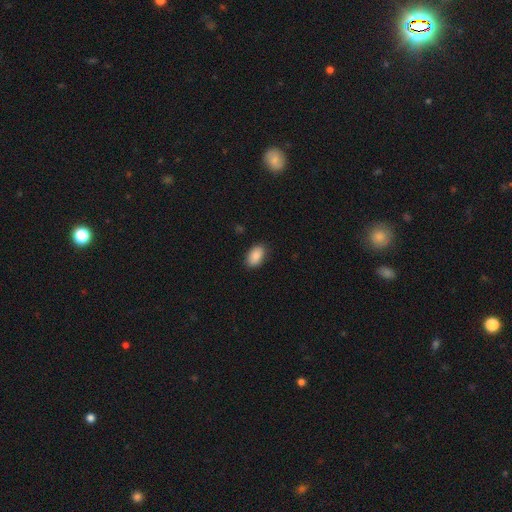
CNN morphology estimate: smooth-or-featured: smooth: 88% | star or artifact: 7% | featured or disk: 5%
  how-rounded: in between: 91% | round: 7% | cigar-shaped: 1%
  merging: none: 86% | minor disturbance: 10% | major disturbance: 2% | merger: 1%